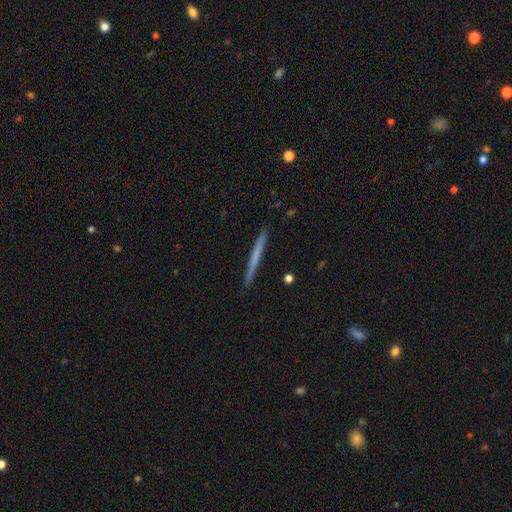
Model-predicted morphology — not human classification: Q: Smooth or featured?
A: smooth (54%); runner-up: featured or disk (41%)
Q: How rounded?
A: cigar-shaped (97%); runner-up: in between (2%)
Q: Merging?
A: none (91%); runner-up: minor disturbance (7%)